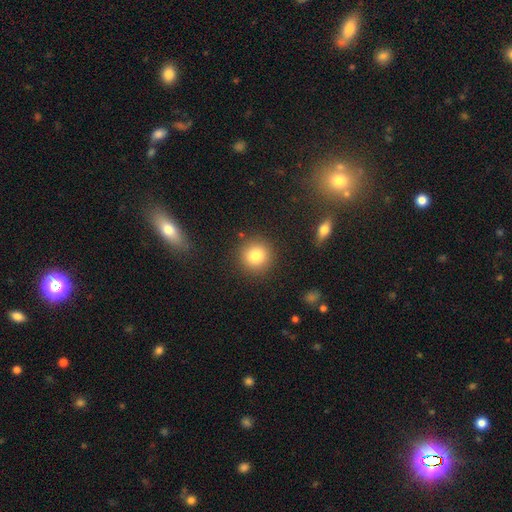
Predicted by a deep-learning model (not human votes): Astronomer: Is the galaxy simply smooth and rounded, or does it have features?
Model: smooth — 81%.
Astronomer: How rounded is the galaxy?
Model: round — 93%.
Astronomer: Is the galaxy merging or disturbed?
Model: none — 89%.